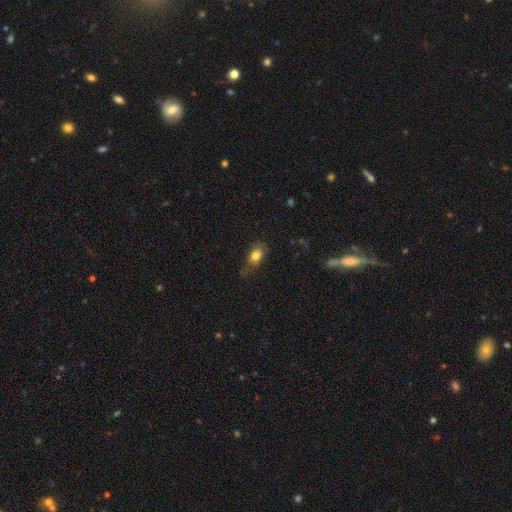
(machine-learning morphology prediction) Smooth or featured: smooth — 79% (featured or disk — 11%)
How rounded: in between — 78% (round — 17%)
Merging: none — 61% (minor disturbance — 27%)